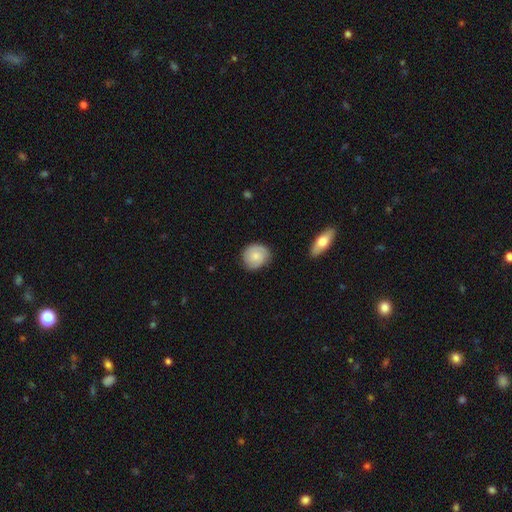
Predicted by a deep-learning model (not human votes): Smooth or featured?
  - smooth: 62% *
  - featured or disk: 32%
  - star or artifact: 7%
How rounded?
  - round: 79% *
  - in between: 20%
  - cigar-shaped: 1%
Merging?
  - none: 78% *
  - minor disturbance: 17%
  - major disturbance: 3%
  - merger: 1%